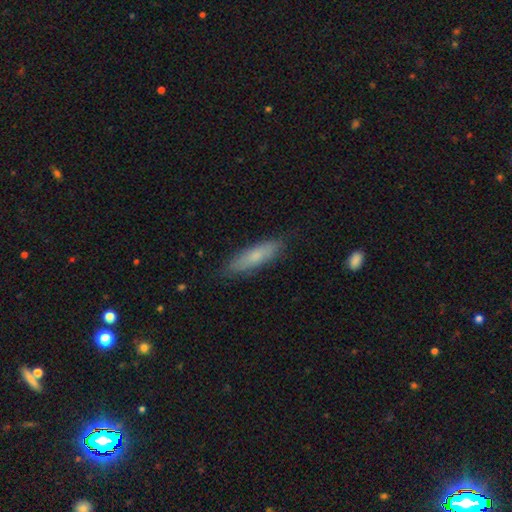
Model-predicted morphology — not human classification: A smooth galaxy with no disk features (71%) that is cigar-shaped (68%). Merging: none (83%).